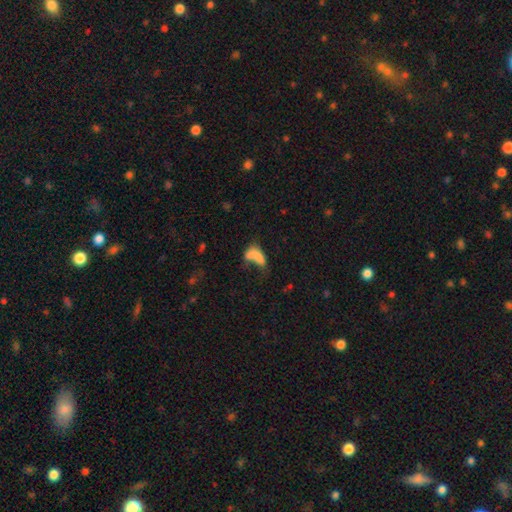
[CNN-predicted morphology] Smooth or featured: smooth — 68% (featured or disk — 20%)
How rounded: in between — 84% (cigar-shaped — 8%)
Merging: merger — 38% (major disturbance — 28%)